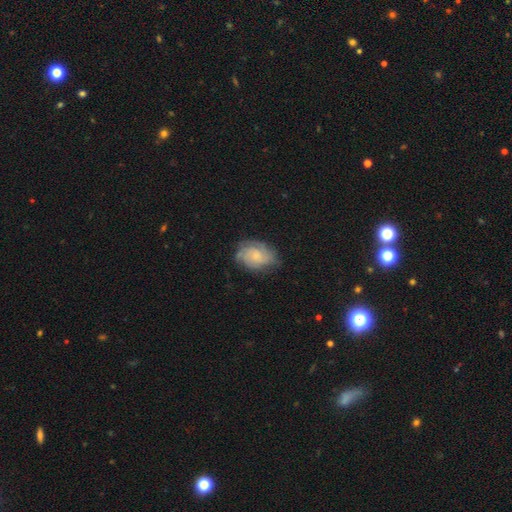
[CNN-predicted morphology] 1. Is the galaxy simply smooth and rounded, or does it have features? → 60% featured or disk, 32% smooth, 8% star or artifact.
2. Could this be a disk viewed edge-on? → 97% no, 3% yes.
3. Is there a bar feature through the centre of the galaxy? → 75% no, 22% weak, 3% strong.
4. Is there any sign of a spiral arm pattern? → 88% yes, 12% no.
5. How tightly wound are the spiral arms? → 57% tight, 33% medium, 11% loose.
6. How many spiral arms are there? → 43% can't tell, 20% 2, 19% 3, 9% 4, 5% 1, 5% more than 4.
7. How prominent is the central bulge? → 58% small, 27% moderate, 11% none, 3% large, 1% dominant.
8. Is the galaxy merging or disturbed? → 67% none, 23% minor disturbance, 8% major disturbance, 1% merger.